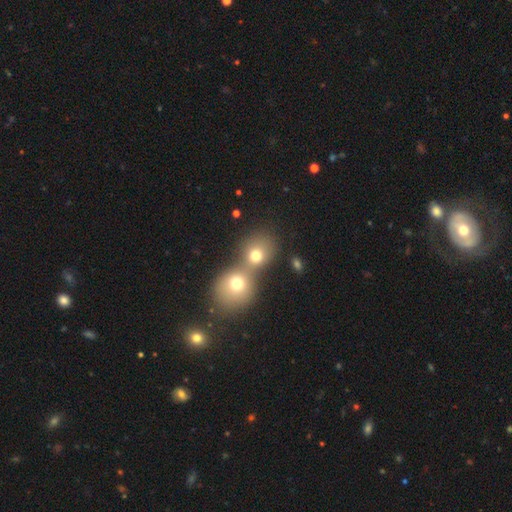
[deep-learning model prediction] The model was most divided on "merging": merger: 61%, none: 30%, minor disturbance: 6%, major disturbance: 3%. More confident: how rounded — round (74%); smooth or featured — smooth (72%).